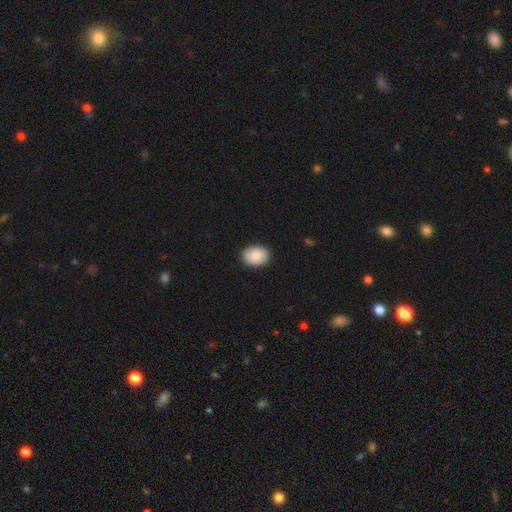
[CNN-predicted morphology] type=smooth (88%); roundness=in between (73%); merging=none (89%).